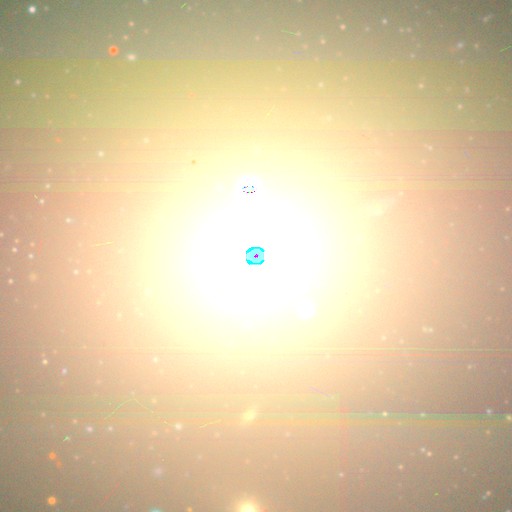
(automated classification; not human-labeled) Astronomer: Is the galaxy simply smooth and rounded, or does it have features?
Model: star or artifact — 45% (runner-up: smooth, 31%).